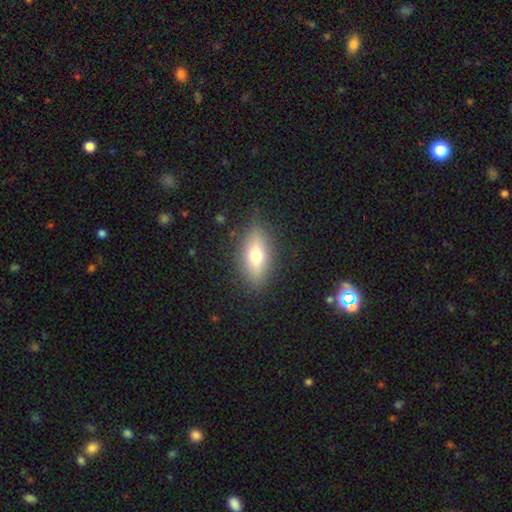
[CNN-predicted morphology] Smooth or featured? smooth (65%)
How rounded? in between (80%)
Merging? none (85%)